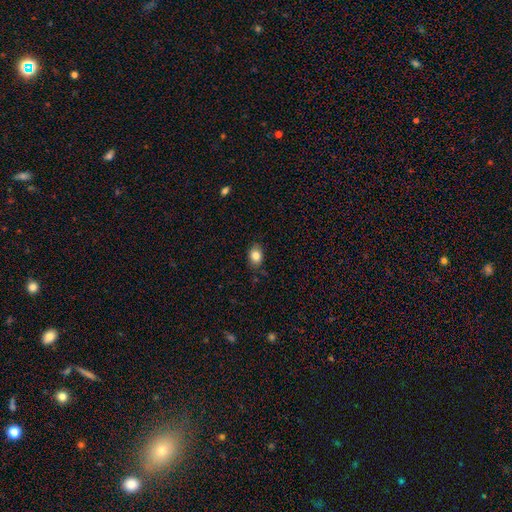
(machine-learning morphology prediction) smooth 84%, star or artifact 9%, featured or disk 7%. Down the decision tree: how rounded — in between (71%); merging — none (80%).